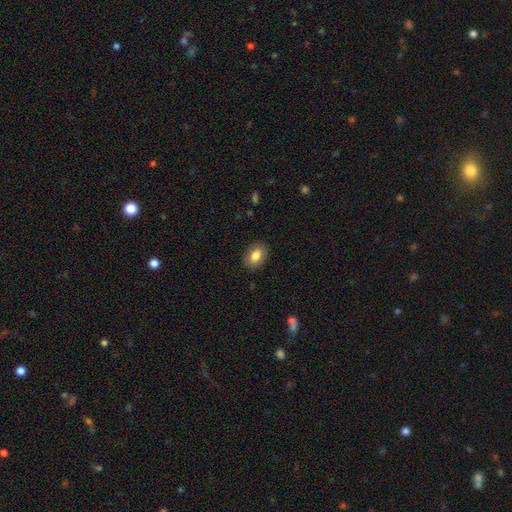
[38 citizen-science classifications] Morphology: type=smooth (97%); roundness=in between (86%); merging=none (100%).